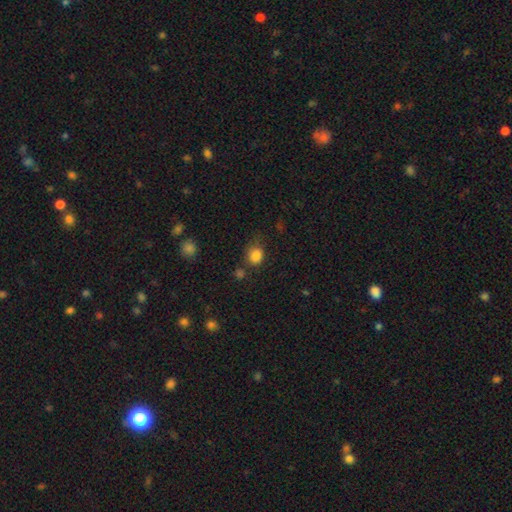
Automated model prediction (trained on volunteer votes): Overall: smooth (84%). How rounded: round (63%; in between 36%). Merging: none (64%).